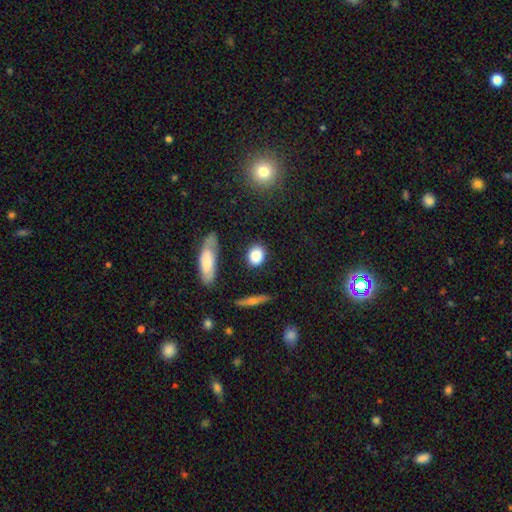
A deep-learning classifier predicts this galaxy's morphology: type=smooth (84%); roundness=round (54%); merging=none (81%).